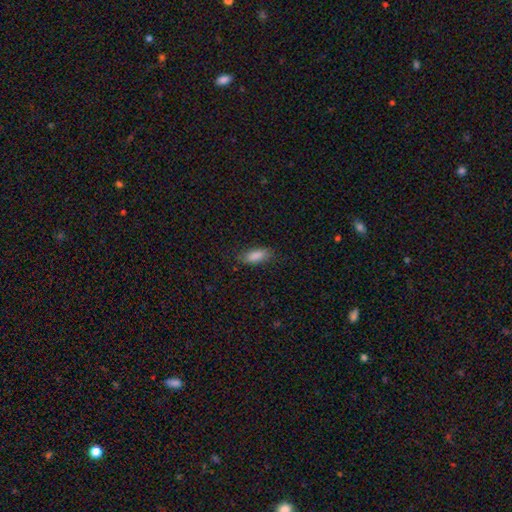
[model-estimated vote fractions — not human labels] Smooth or featured? Predicted: smooth (p=0.86). How rounded? Predicted: in between (p=0.80). Merging? Predicted: none (p=0.79).